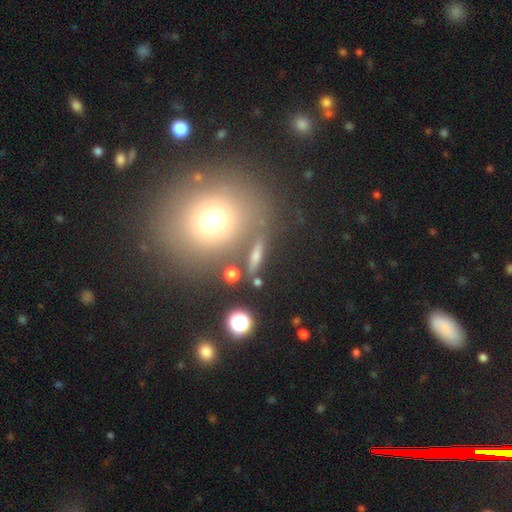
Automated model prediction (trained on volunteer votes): Morphology: type=smooth (52%); roundness=cigar-shaped (48%); merging=none (76%).